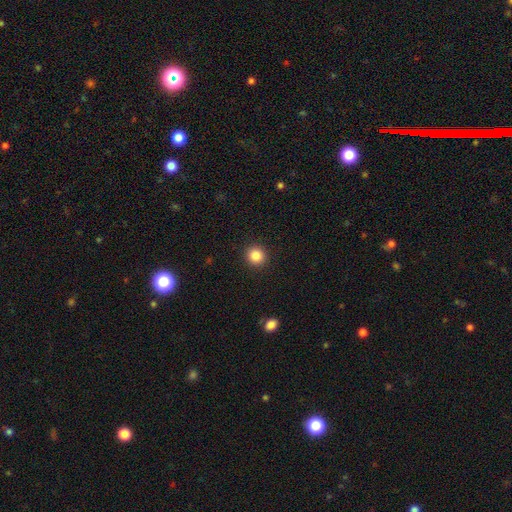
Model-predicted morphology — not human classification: smooth 86%, star or artifact 10%, featured or disk 4%. Down the decision tree: how rounded — round (92%); merging — none (92%).